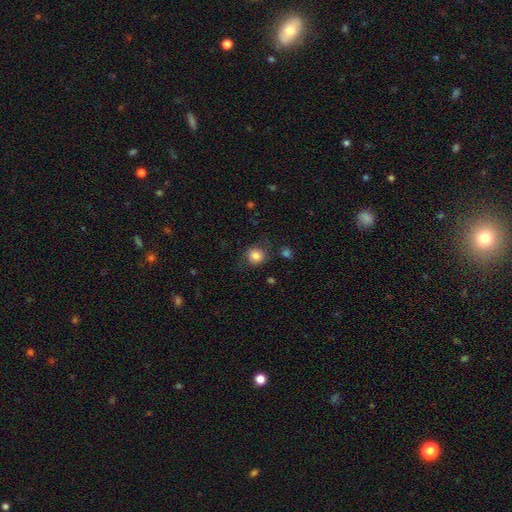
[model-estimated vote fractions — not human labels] A smooth galaxy with no disk features (81%) that is round (84%). Merging: none (74%).